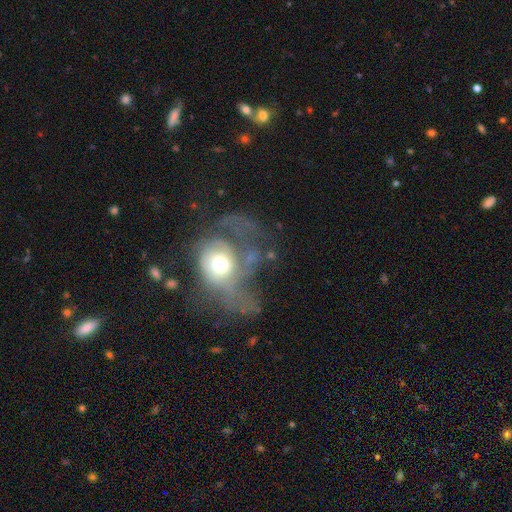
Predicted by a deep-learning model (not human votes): featured or disk 50%, smooth 37%, star or artifact 14%. Down the decision tree: merging — major disturbance (60%).